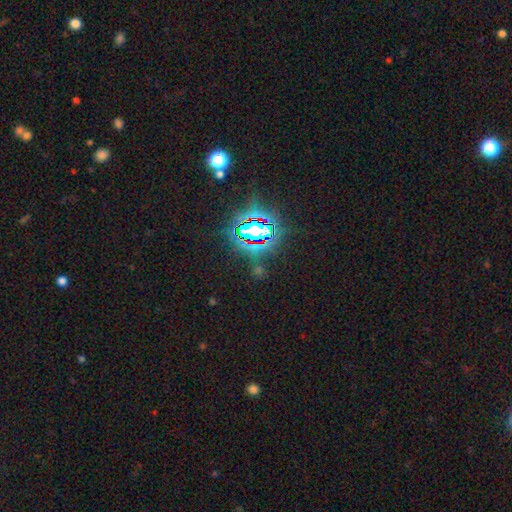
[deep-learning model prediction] Smooth or featured?
  - star or artifact: 83% *
  - smooth: 11%
  - featured or disk: 7%